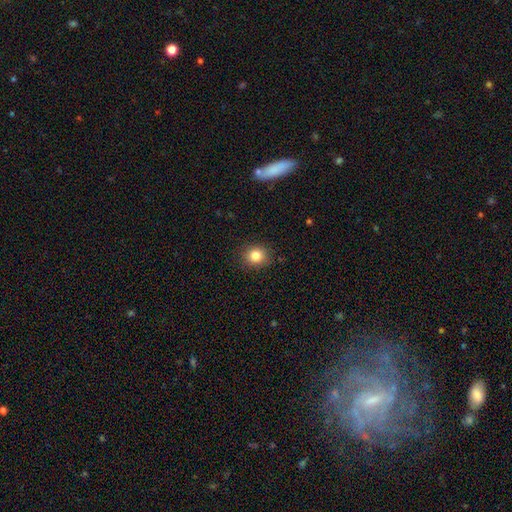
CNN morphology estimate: This is clearly a smooth galaxy (82%). How rounded: likely round (80%). Merging: clearly none (89%).